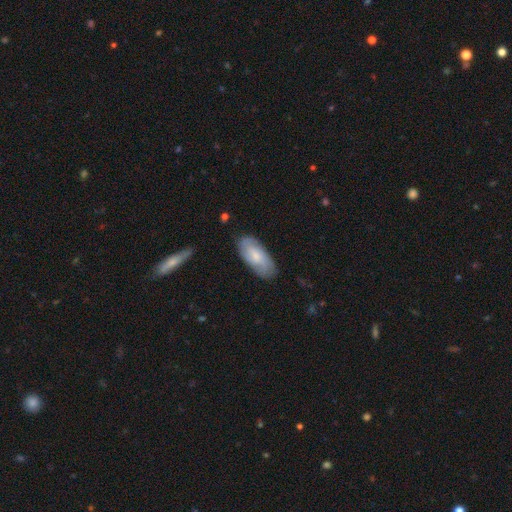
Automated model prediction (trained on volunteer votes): smooth_or_featured: smooth (p=0.58) [alt: featured or disk p=0.36]
how_rounded: in between (p=0.87) [alt: cigar-shaped p=0.11]
merging: none (p=0.78) [alt: minor disturbance p=0.17]